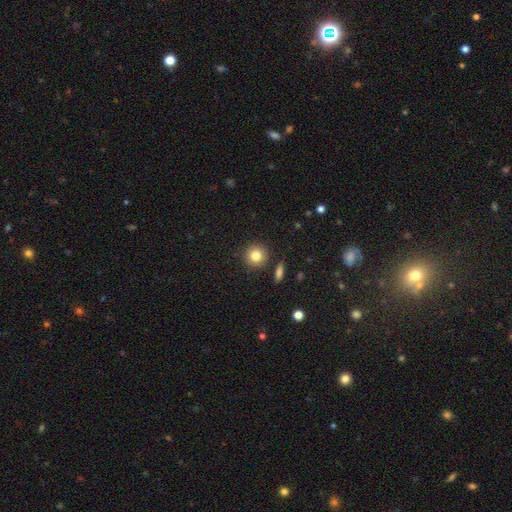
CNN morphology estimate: The model was most divided on "smooth or featured": smooth: 83%, star or artifact: 10%, featured or disk: 7%. More confident: how rounded — round (93%); merging — none (88%).